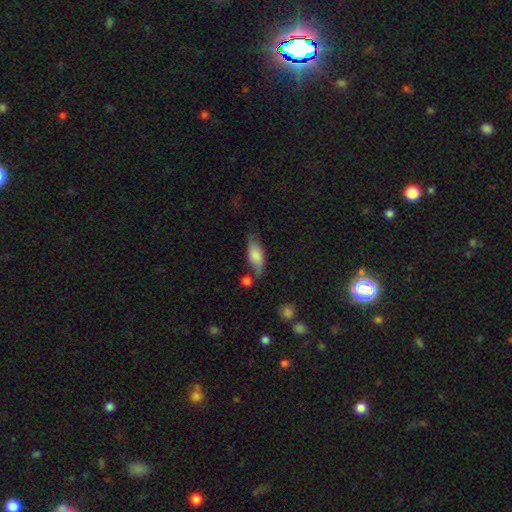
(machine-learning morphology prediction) smooth_or_featured: smooth (p=0.76) [alt: featured or disk p=0.17]
how_rounded: in between (p=0.81) [alt: cigar-shaped p=0.16]
merging: none (p=0.53) [alt: minor disturbance p=0.28]